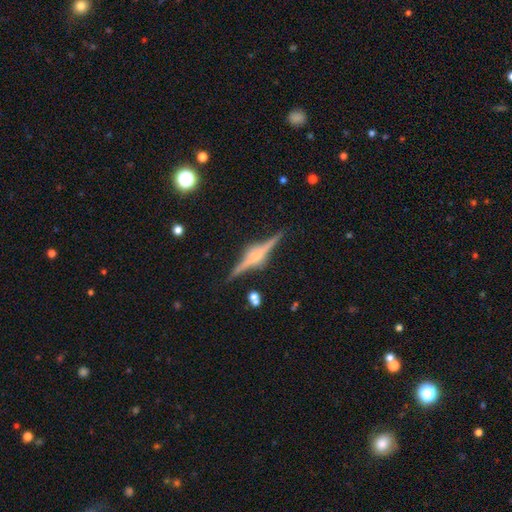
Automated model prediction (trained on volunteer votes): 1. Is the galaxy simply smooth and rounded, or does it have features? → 86% featured or disk, 8% smooth, 6% star or artifact.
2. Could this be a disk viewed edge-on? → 98% yes, 2% no.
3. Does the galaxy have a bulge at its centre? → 81% rounded, 14% boxy, 4% none.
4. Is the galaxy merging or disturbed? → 88% none, 8% minor disturbance, 2% major disturbance, 2% merger.